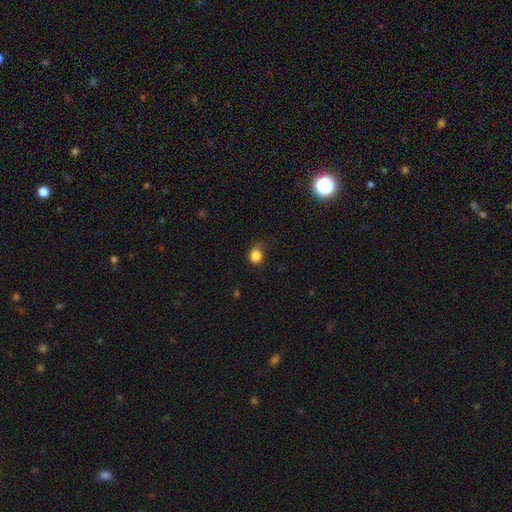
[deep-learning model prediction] The model was most divided on "merging": none: 58%, minor disturbance: 28%, major disturbance: 12%, merger: 2%. More confident: smooth or featured — smooth (83%); how rounded — round (76%).